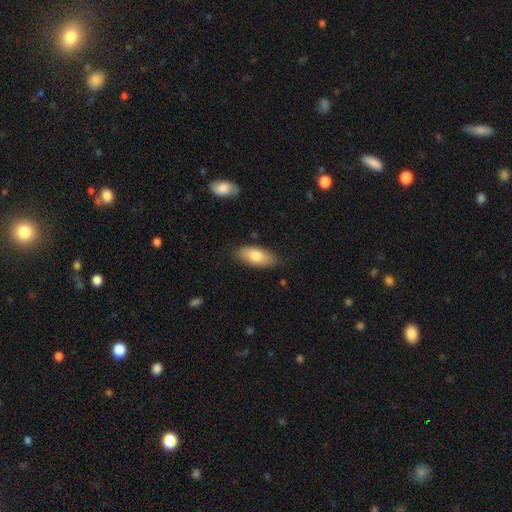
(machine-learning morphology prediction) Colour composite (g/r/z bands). It shows a smooth galaxy with no disk features (78%) that is in between round and cigar-shaped (87%). Merging: none (81%).